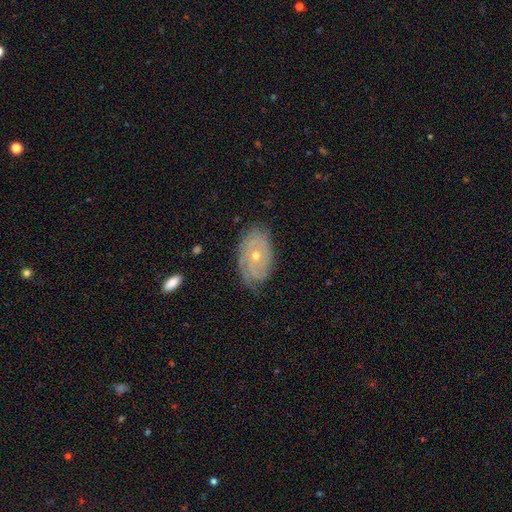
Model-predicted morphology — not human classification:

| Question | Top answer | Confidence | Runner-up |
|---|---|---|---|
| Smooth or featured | featured or disk | 81% | smooth (12%) |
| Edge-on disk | no | 95% | yes (5%) |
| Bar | no | 78% | weak (18%) |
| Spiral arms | yes | 93% | no (7%) |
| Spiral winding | tight | 76% | medium (19%) |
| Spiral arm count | can't tell | 38% | 2 (26%) |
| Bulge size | small | 56% | moderate (41%) |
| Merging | none | 74% | minor disturbance (20%) |